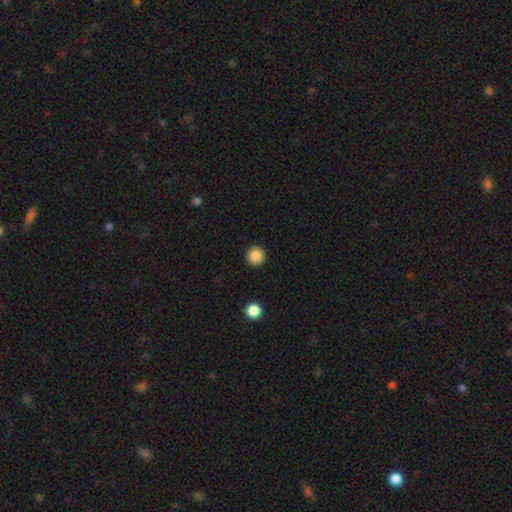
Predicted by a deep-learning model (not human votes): Smooth or featured? Predicted: smooth (p=0.86). How rounded? Predicted: round (p=0.96). Merging? Predicted: none (p=0.93).